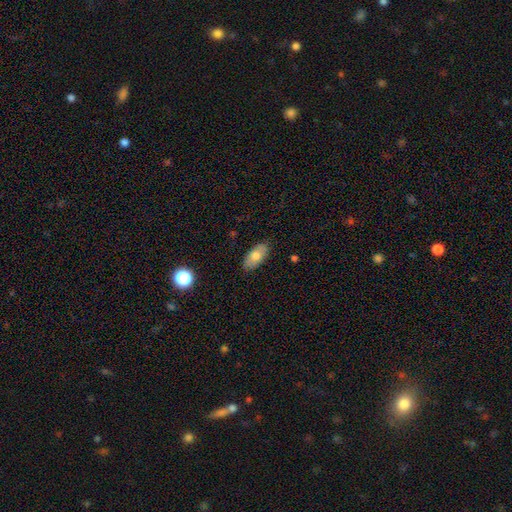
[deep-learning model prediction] Smooth or featured? Predicted: smooth (p=0.72). How rounded? Predicted: in between (p=0.92). Merging? Predicted: none (p=0.84).